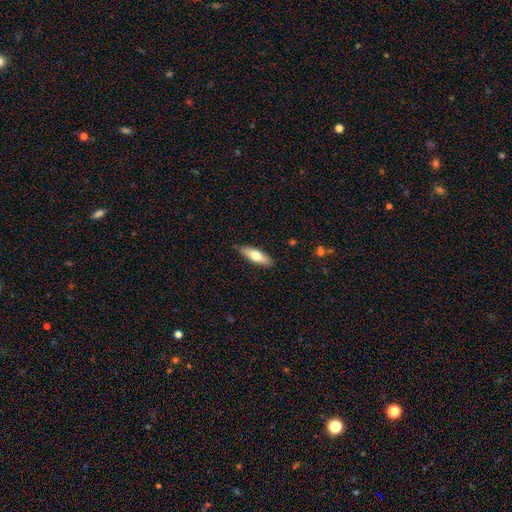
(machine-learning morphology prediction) type=smooth (66%); roundness=cigar-shaped (49%, tied with in between); merging=none (87%).